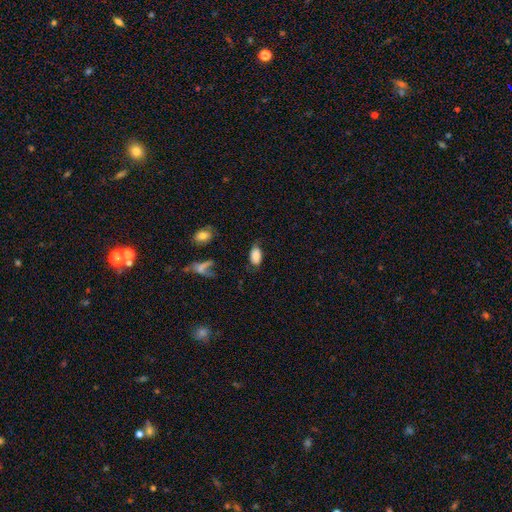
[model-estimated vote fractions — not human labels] The model was most divided on "merging": none: 59%, minor disturbance: 26%, major disturbance: 12%, merger: 3%. More confident: how rounded — in between (93%); smooth or featured — smooth (83%).